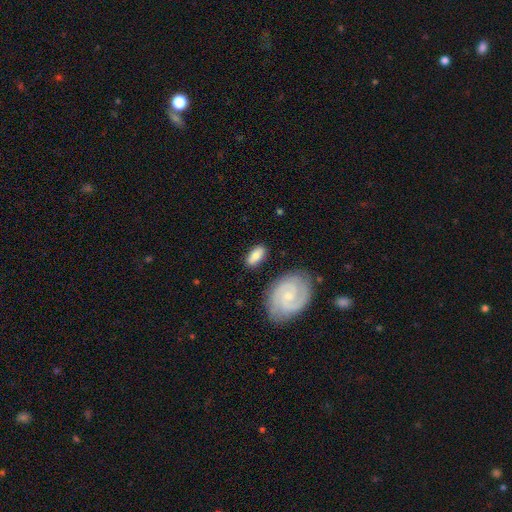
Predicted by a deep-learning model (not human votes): A smooth galaxy with no disk features (70%) that is in between round and cigar-shaped (88%).

Vote fractions:
- Smooth or featured? smooth: 70% / featured or disk: 24% / star or artifact: 6%
- How rounded? in between: 88% / cigar-shaped: 8% / round: 4%
- Merging? none: 79% / minor disturbance: 13% / merger: 5% / major disturbance: 3%